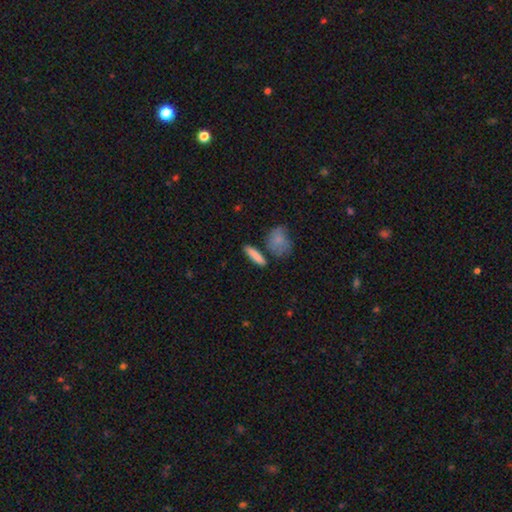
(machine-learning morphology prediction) smooth 82%, featured or disk 11%, star or artifact 6%. Down the decision tree: how rounded — cigar-shaped (69%); merging — none (75%).